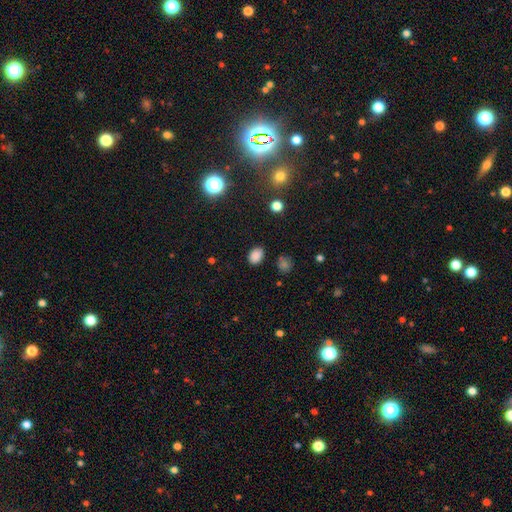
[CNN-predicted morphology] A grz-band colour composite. It shows a smooth galaxy with no disk features (84%) that is in between round and cigar-shaped (71%). Merging: none (86%).